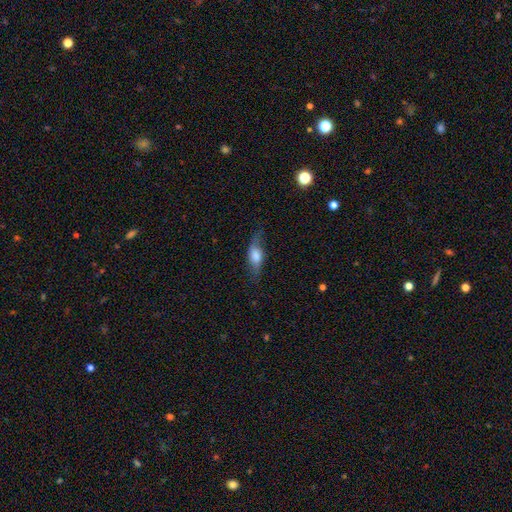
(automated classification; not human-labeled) smooth 56%, featured or disk 37%, star or artifact 7%. Down the decision tree: how rounded — in between (68%); merging — none (63%).